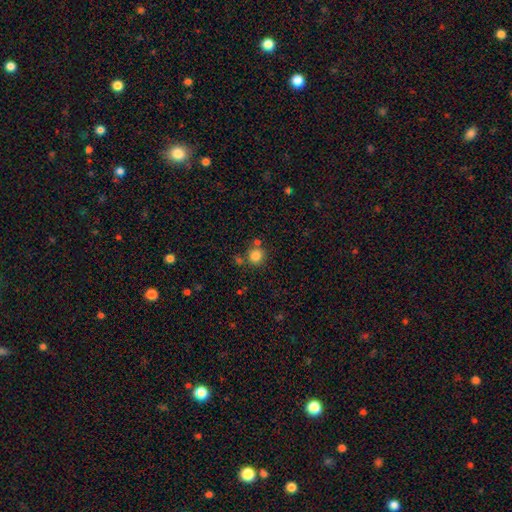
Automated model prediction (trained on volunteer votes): The model was most divided on "merging": none: 72%, merger: 14%, minor disturbance: 10%, major disturbance: 4%. More confident: how rounded — round (91%); smooth or featured — smooth (83%).